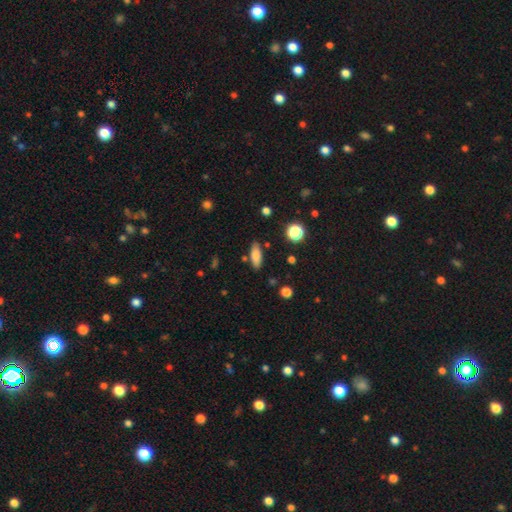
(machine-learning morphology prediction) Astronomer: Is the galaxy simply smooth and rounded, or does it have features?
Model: smooth — 81%.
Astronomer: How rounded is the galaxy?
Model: in between — 69%.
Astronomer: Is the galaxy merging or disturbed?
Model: none — 82%.